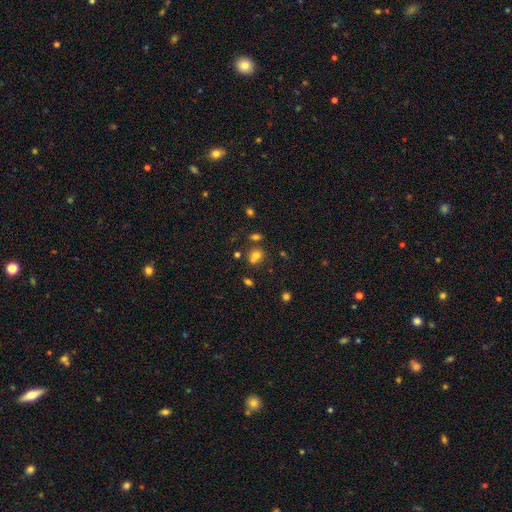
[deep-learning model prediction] Smooth or featured?
  - smooth: 68% *
  - star or artifact: 19%
  - featured or disk: 13%
How rounded?
  - round: 62% *
  - in between: 37%
  - cigar-shaped: 1%
Merging?
  - none: 48% *
  - merger: 34%
  - minor disturbance: 12%
  - major disturbance: 6%